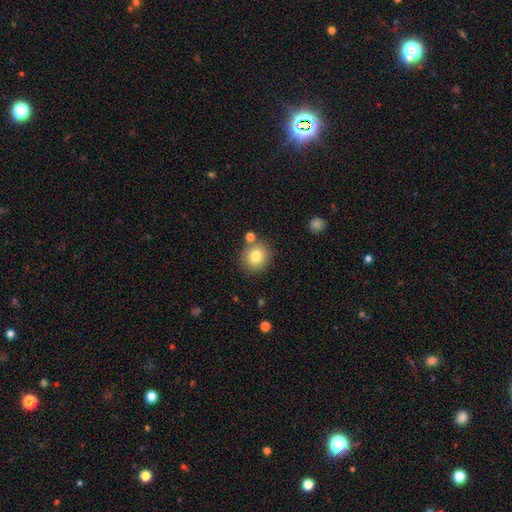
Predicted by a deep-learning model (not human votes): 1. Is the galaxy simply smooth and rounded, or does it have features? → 80% smooth, 11% star or artifact, 9% featured or disk.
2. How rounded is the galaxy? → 86% round, 13% in between, 1% cigar-shaped.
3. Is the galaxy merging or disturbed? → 78% none, 10% merger, 10% minor disturbance, 3% major disturbance.